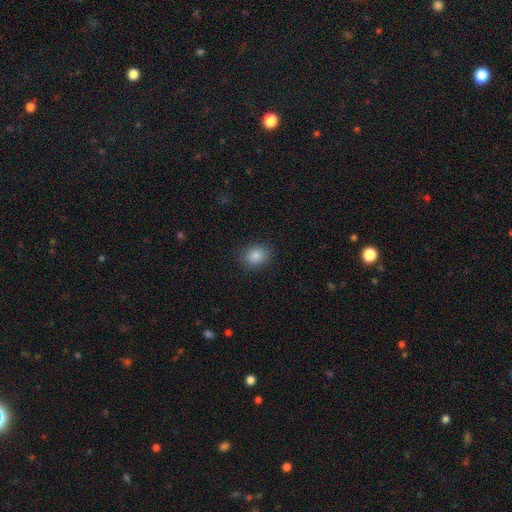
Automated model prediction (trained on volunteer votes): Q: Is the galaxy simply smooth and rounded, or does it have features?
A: smooth — 86%.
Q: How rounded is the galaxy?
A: round — 55%.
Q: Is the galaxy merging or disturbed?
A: none — 88%.